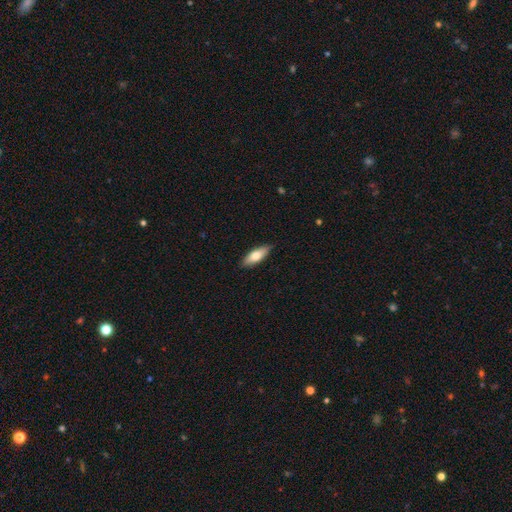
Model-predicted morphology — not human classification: Q: Smooth or featured?
A: smooth (72%); runner-up: featured or disk (22%)
Q: How rounded?
A: in between (67%); runner-up: cigar-shaped (30%)
Q: Merging?
A: none (88%); runner-up: minor disturbance (10%)